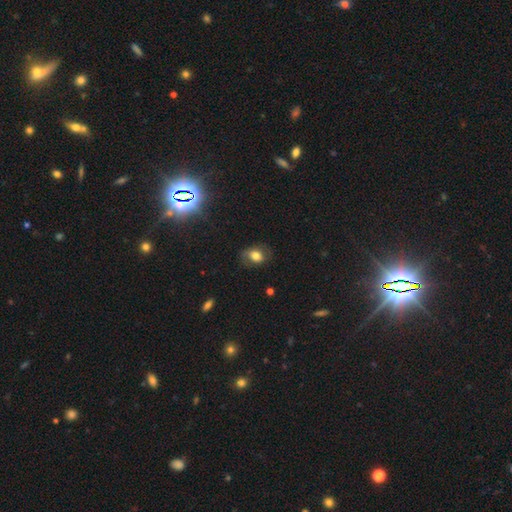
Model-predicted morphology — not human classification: This is likely a smooth galaxy (64%). How rounded: likely in between (69%). Merging: likely none (66%).